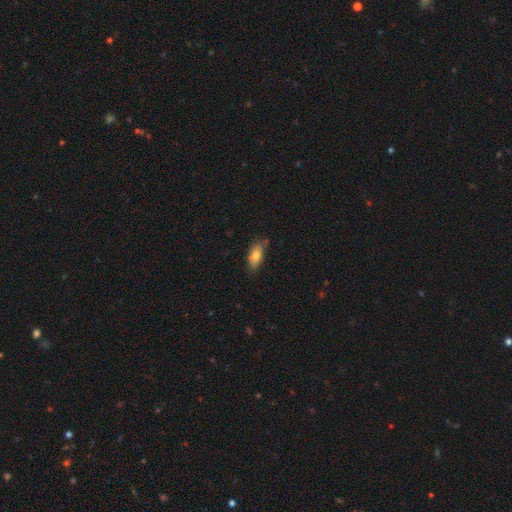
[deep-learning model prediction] Smooth or featured? smooth (77%)
How rounded? in between (83%)
Merging? none (63%)